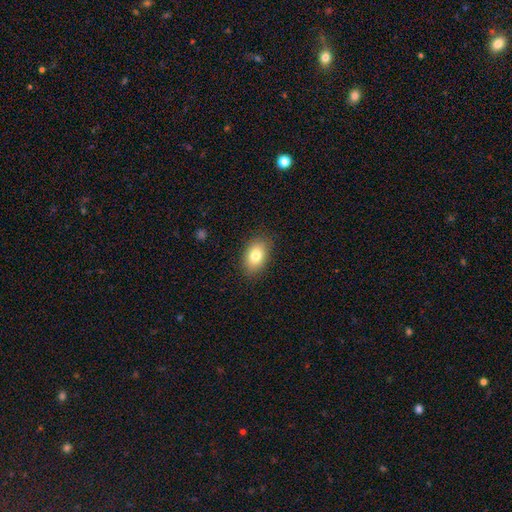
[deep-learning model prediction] smooth-or-featured: smooth: 81% | featured or disk: 11% | star or artifact: 8%
  how-rounded: in between: 87% | round: 11% | cigar-shaped: 2%
  merging: none: 86% | minor disturbance: 10% | major disturbance: 3% | merger: 1%